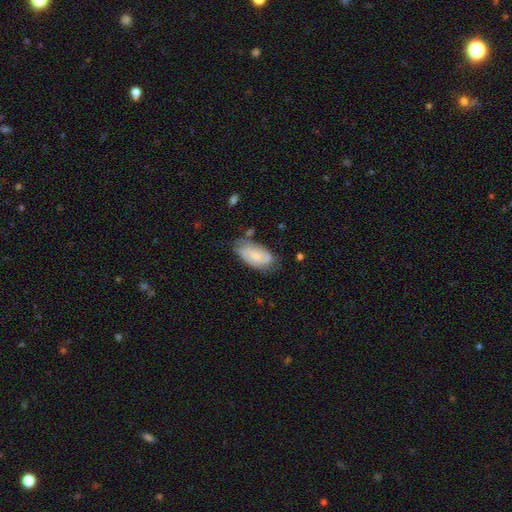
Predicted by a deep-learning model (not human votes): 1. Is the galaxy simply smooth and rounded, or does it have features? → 55% smooth, 38% featured or disk, 7% star or artifact.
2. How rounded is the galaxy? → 93% in between, 4% cigar-shaped, 3% round.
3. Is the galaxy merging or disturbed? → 58% none, 30% minor disturbance, 8% major disturbance, 4% merger.